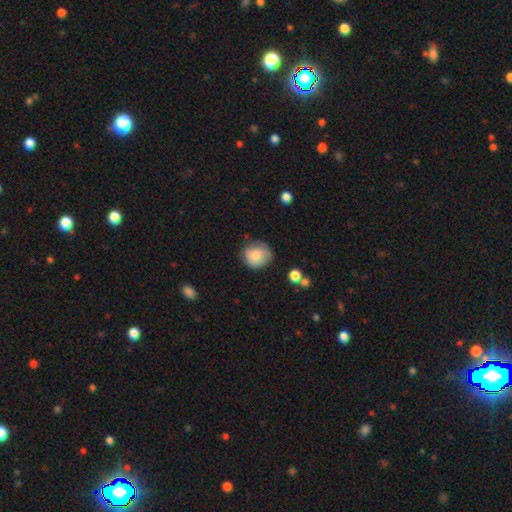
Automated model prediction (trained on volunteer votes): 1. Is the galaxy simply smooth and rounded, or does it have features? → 80% smooth, 12% featured or disk, 7% star or artifact.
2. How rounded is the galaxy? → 80% round, 19% in between, 1% cigar-shaped.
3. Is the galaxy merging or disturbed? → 67% none, 25% minor disturbance, 6% major disturbance, 2% merger.